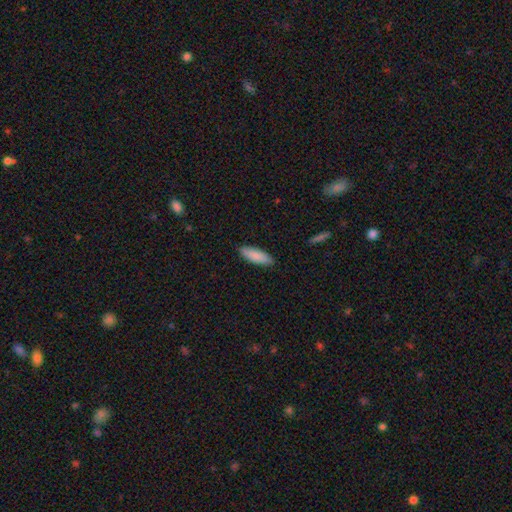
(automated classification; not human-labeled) smooth_or_featured: smooth (p=0.88) [alt: featured or disk p=0.06]
how_rounded: in between (p=0.59) [alt: cigar-shaped p=0.39]
merging: none (p=0.89) [alt: minor disturbance p=0.09]